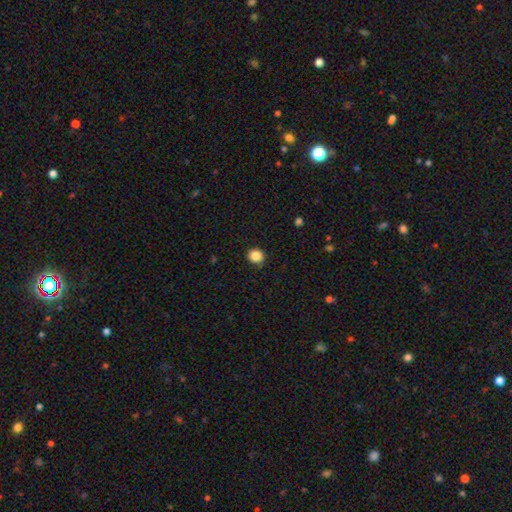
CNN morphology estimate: Smooth or featured?
  - smooth: 85% *
  - star or artifact: 10%
  - featured or disk: 4%
How rounded?
  - round: 81% *
  - in between: 18%
  - cigar-shaped: 1%
Merging?
  - none: 90% *
  - minor disturbance: 7%
  - major disturbance: 2%
  - merger: 1%